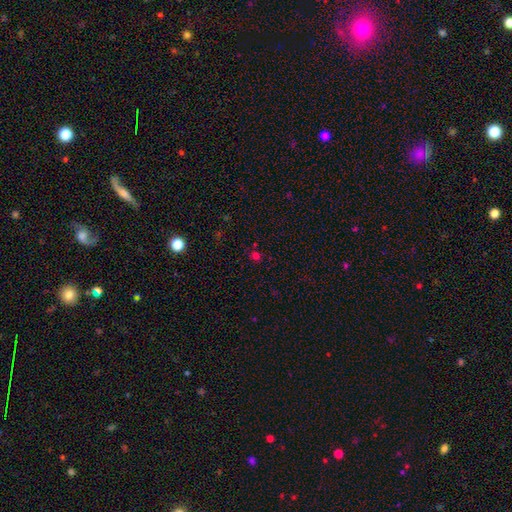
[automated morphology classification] type=smooth (60%); roundness=round (77%); merging=none (80%).